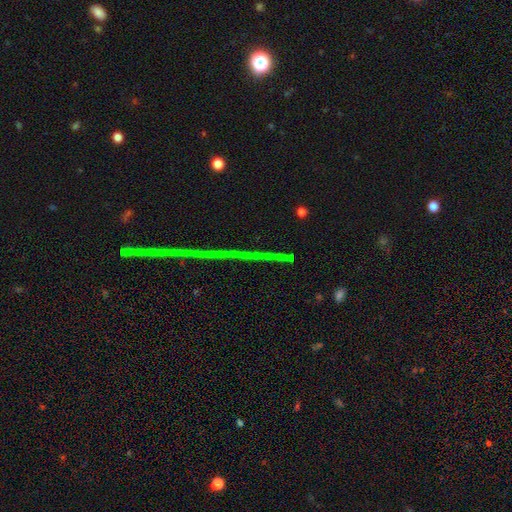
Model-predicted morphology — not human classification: A star or artifact, not a galaxy (75%).

Vote fractions:
- Smooth or featured? star or artifact: 75% / featured or disk: 14% / smooth: 10%